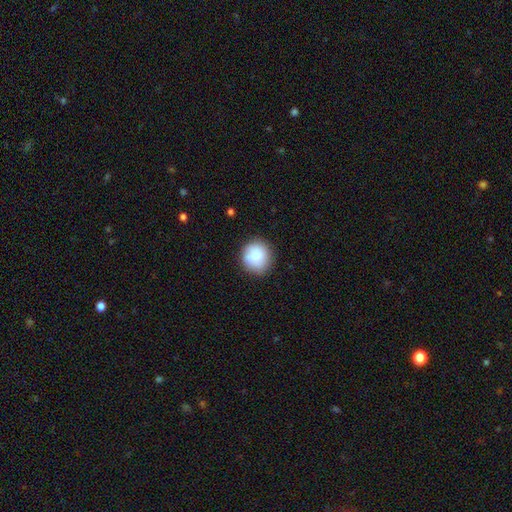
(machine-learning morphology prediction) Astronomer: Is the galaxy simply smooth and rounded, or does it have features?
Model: smooth — 83%.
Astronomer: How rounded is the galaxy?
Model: round — 90%.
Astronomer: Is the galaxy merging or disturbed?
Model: none — 85%.